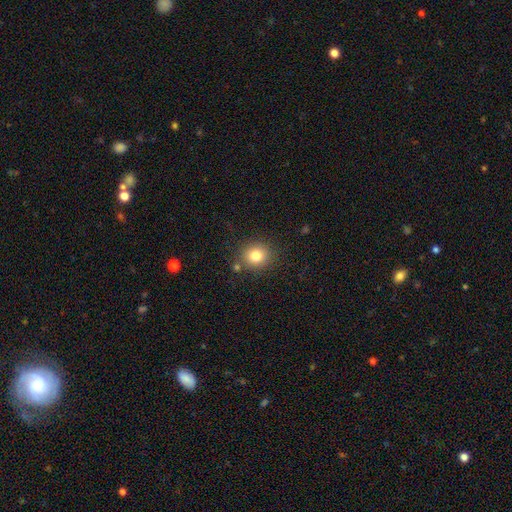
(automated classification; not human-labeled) smooth-or-featured: smooth: 80% | star or artifact: 12% | featured or disk: 8%
  how-rounded: round: 83% | in between: 16% | cigar-shaped: 1%
  merging: none: 82% | minor disturbance: 9% | merger: 6% | major disturbance: 3%